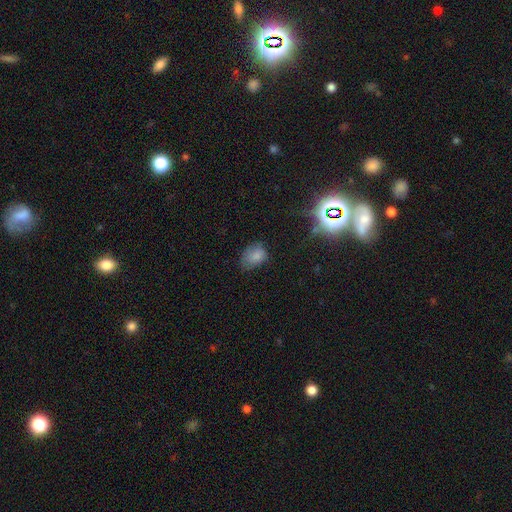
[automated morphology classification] Q: Smooth or featured?
A: smooth (79%); runner-up: star or artifact (13%)
Q: How rounded?
A: in between (79%); runner-up: round (20%)
Q: Merging?
A: none (51%); runner-up: minor disturbance (35%)